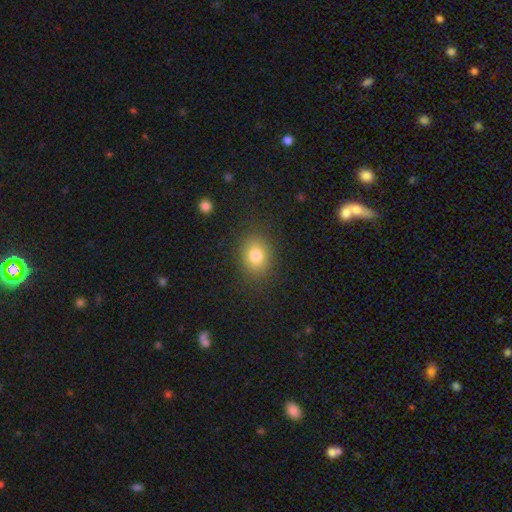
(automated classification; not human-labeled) This is clearly a smooth galaxy (80%). How rounded: possibly round (51%). Merging: clearly none (86%).